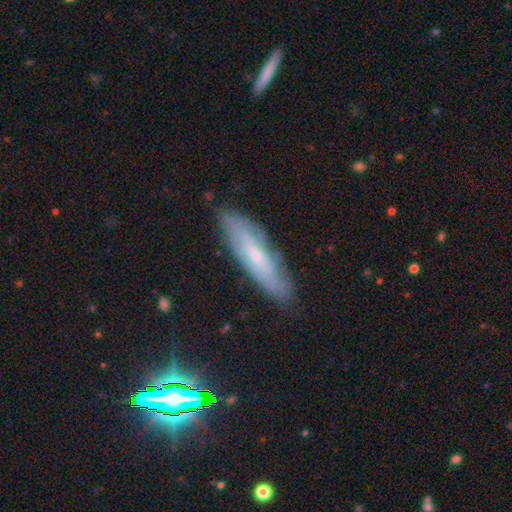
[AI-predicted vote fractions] The model was most divided on "edge-on disk": no: 57%, yes: 43%. More confident: merging — none (81%); smooth or featured — featured or disk (55%).